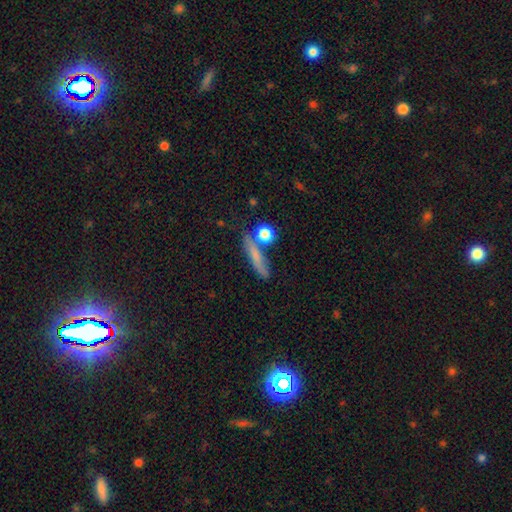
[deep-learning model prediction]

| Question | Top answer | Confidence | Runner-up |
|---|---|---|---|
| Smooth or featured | smooth | 64% | featured or disk (24%) |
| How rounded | cigar-shaped | 76% | in between (13%) |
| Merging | none | 68% | minor disturbance (15%) |